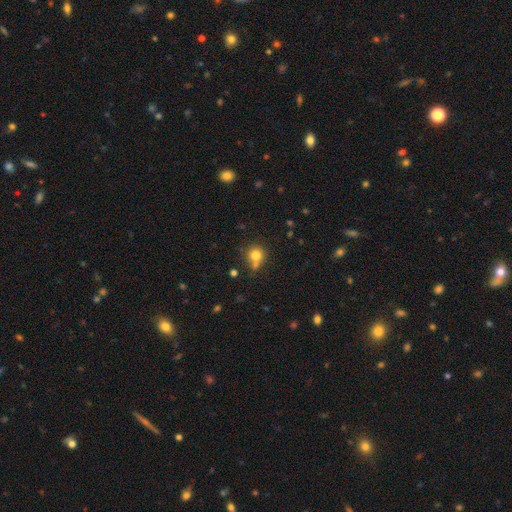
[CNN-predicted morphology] smooth 78%, star or artifact 12%, featured or disk 10%. Down the decision tree: how rounded — round (86%); merging — none (55%).